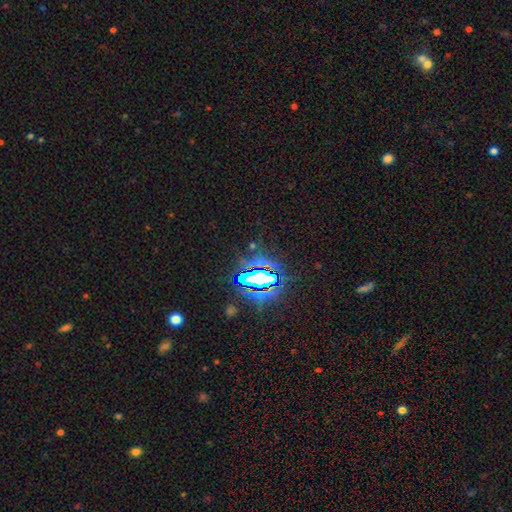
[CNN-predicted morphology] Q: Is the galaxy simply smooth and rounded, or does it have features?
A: star or artifact — 79%.